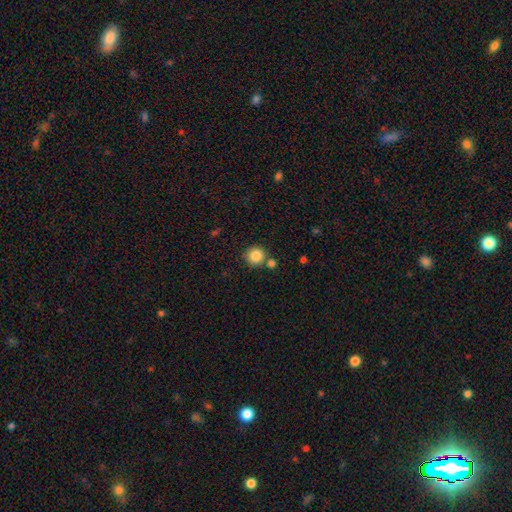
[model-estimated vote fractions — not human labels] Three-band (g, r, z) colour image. It shows a smooth galaxy with no disk features (85%) that is round (93%). Merging: none (76%).